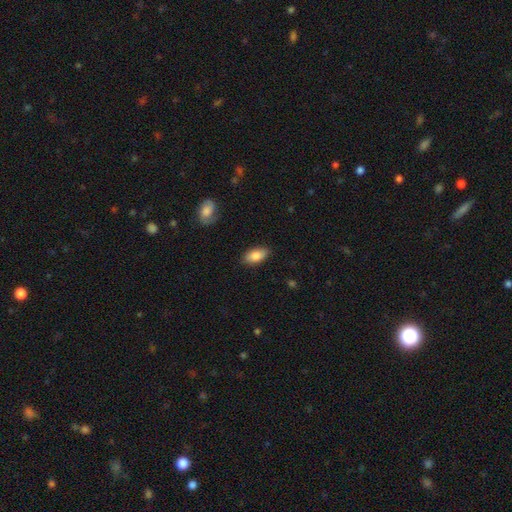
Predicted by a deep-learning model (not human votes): smooth-or-featured: smooth: 84% | featured or disk: 9% | star or artifact: 7%
  how-rounded: in between: 91% | cigar-shaped: 6% | round: 3%
  merging: none: 86% | minor disturbance: 10% | major disturbance: 2% | merger: 1%